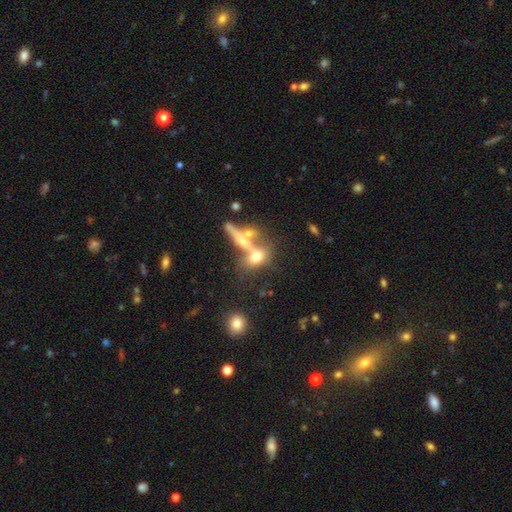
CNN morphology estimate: Smooth or featured: smooth — 54% (featured or disk — 31%)
How rounded: in between — 47% (round — 29%)
Merging: merger — 43% (none — 38%)